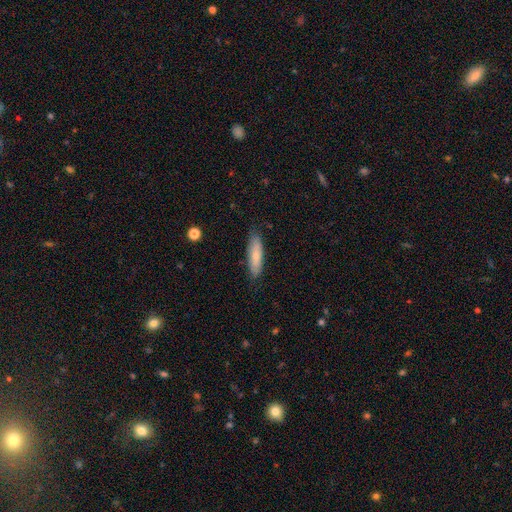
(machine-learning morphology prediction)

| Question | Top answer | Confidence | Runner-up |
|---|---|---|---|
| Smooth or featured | smooth | 75% | featured or disk (20%) |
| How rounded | cigar-shaped | 65% | in between (33%) |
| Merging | none | 84% | minor disturbance (13%) |